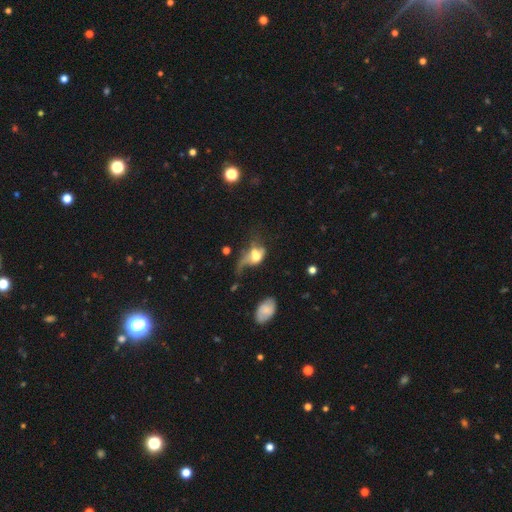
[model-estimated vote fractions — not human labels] This is possibly a smooth galaxy (47%). Merging: possibly major disturbance (49%).